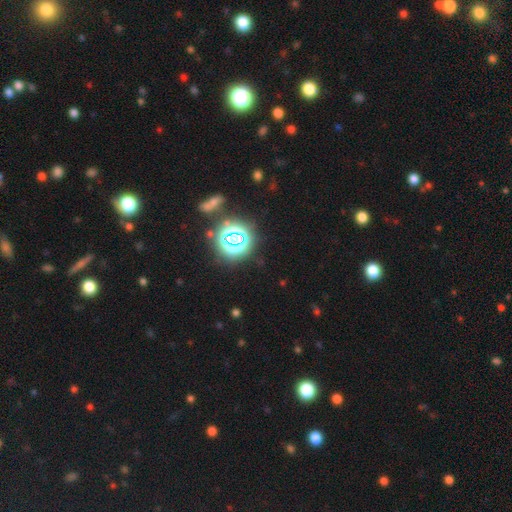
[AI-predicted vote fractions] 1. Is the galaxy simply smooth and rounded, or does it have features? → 65% star or artifact, 29% smooth, 6% featured or disk.